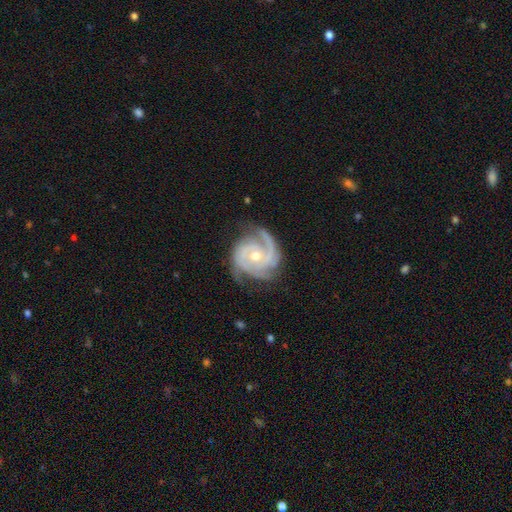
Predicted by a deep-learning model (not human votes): Smooth or featured? featured or disk (92%)
Edge-on disk? no (98%)
Bar? no (71%)
Spiral arms? yes (98%)
Spiral winding? tight (63%)
Spiral arm count? 3 (50%)
Bulge size? moderate (52%)
Merging? none (74%)